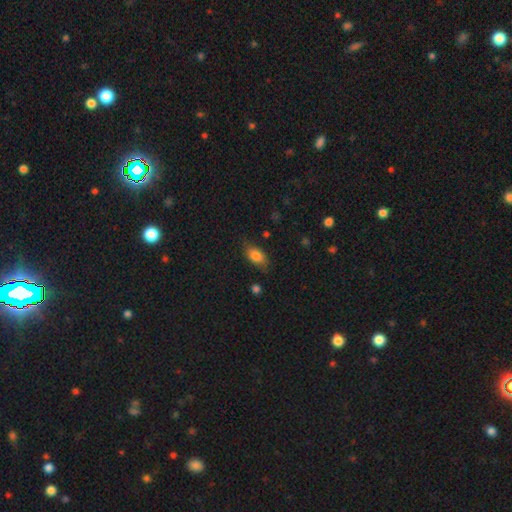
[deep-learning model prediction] This appears to be a smooth galaxy with no disk features (81%) that is in between round and cigar-shaped (88%). Merging: none (73%).